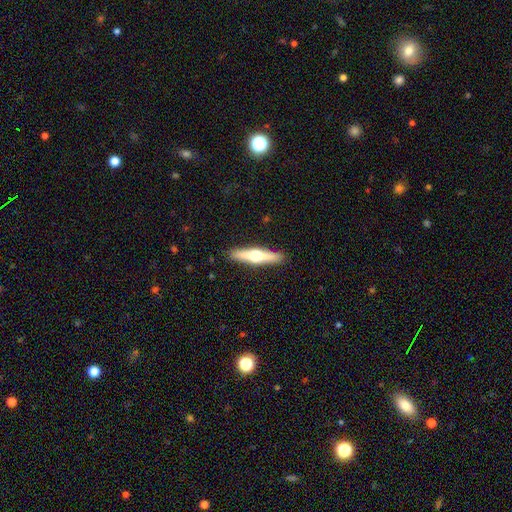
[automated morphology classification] Smooth or featured? Predicted: featured or disk (p=0.60). Edge-on disk? Predicted: yes (p=0.96). Edge-on bulge? Predicted: rounded (p=0.95). Merging? Predicted: none (p=0.91).